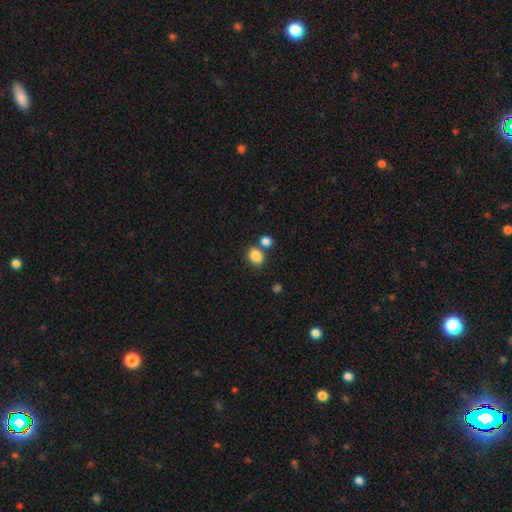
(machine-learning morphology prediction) A smooth galaxy with no disk features (86%) that is in between round and cigar-shaped (55%). Merging: none (59%).